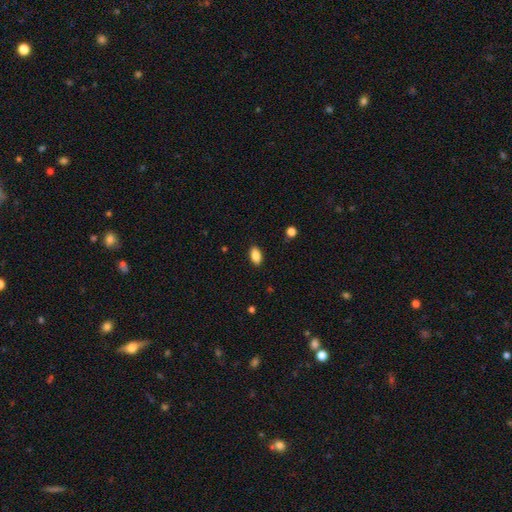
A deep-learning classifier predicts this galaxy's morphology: type=smooth (86%); roundness=in between (91%); merging=none (89%).